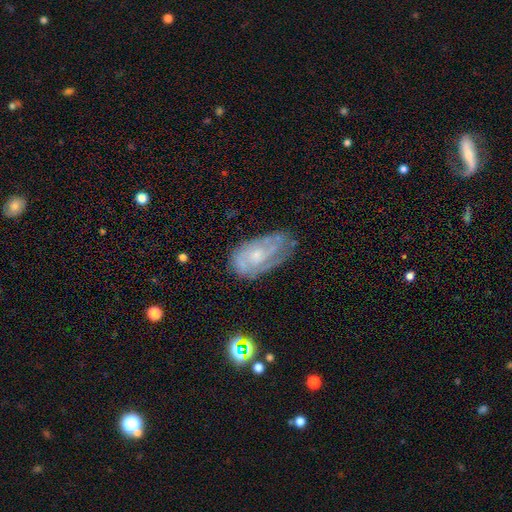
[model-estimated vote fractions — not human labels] smooth-or-featured: featured or disk: 66% | smooth: 25% | star or artifact: 9%
  disk-edge-on: no: 95% | yes: 5%
    bar: no: 72% | weak: 24% | strong: 3%
    has-spiral-arms: yes: 80% | no: 20%
      spiral-winding: tight: 52% | medium: 35% | loose: 14%
      spiral-arm-count: can't tell: 48% | 2: 25% | 3: 13% | 1: 6% | 4: 5% | more than 4: 3%
    bulge-size: small: 56% | moderate: 32% | none: 9% | large: 2% | dominant: 1%
  merging: none: 58% | minor disturbance: 28% | major disturbance: 12% | merger: 2%